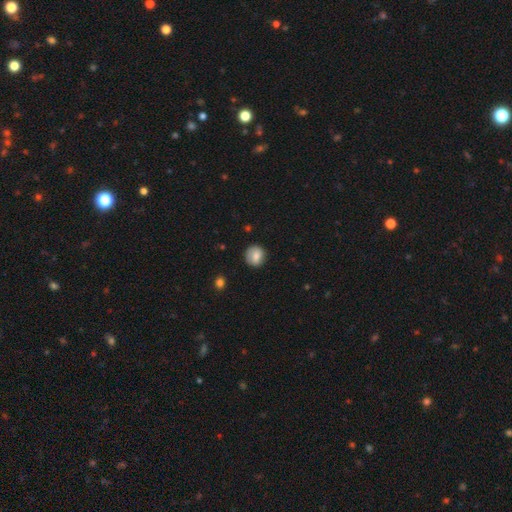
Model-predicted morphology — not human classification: Smooth or featured? smooth (81%)
How rounded? round (85%)
Merging? none (81%)